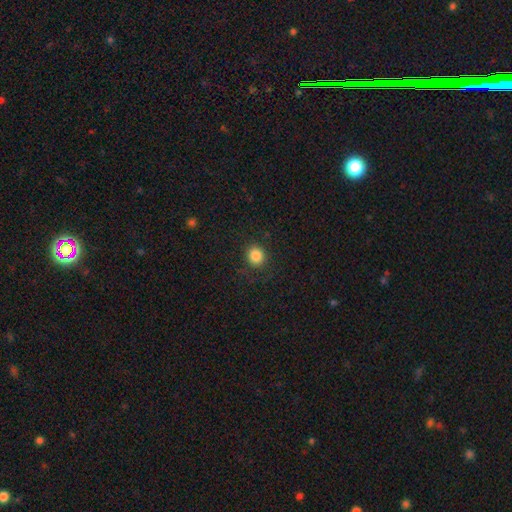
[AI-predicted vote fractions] Smooth or featured? Predicted: smooth (p=0.85). How rounded? Predicted: round (p=0.85). Merging? Predicted: none (p=0.87).